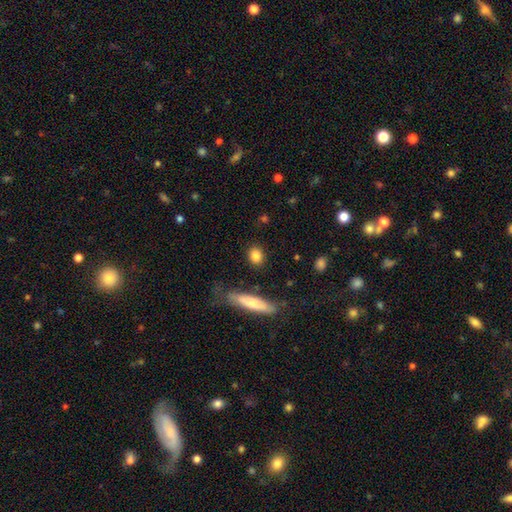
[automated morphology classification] This appears to be a smooth galaxy with no disk features (84%) that is round (53%). Merging: none (86%).